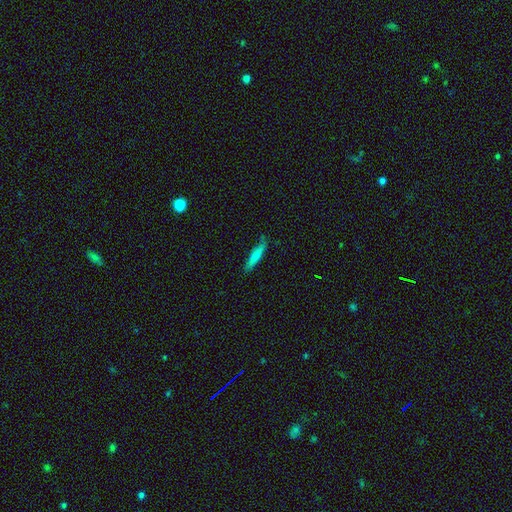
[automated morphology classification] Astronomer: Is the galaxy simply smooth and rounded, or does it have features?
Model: smooth — 71%.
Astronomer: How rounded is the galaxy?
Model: cigar-shaped — 88%.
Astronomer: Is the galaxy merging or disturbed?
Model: none — 80%.